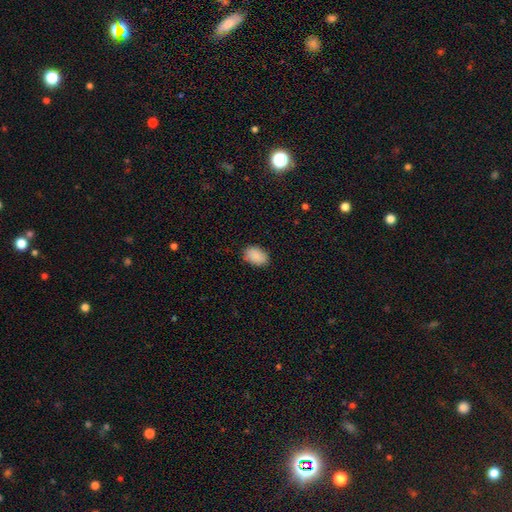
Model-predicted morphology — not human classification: Overall: smooth (90%). How rounded: in between (86%). Merging: none (86%).